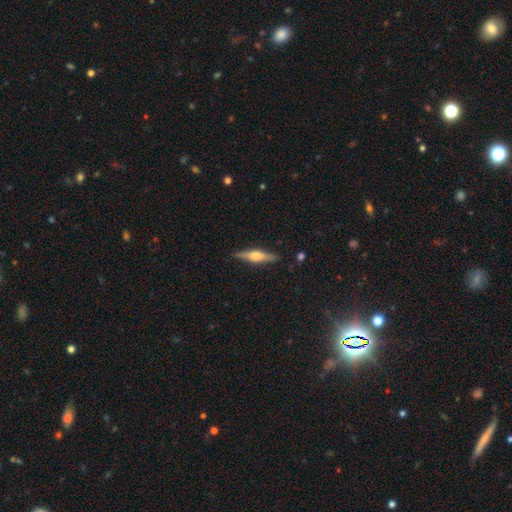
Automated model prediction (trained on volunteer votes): Overall: featured or disk (66%; smooth 28%). Edge-on disk: yes (97%). Edge-on bulge: rounded (87%). Merging: none (88%).